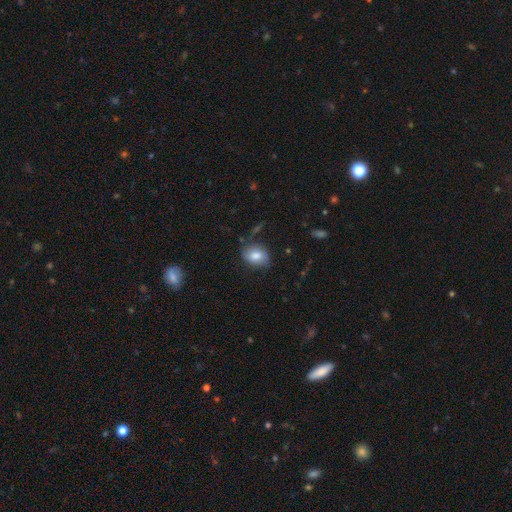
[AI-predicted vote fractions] Q: Smooth or featured?
A: smooth (78%); runner-up: featured or disk (14%)
Q: How rounded?
A: in between (68%); runner-up: round (31%)
Q: Merging?
A: none (68%); runner-up: minor disturbance (22%)